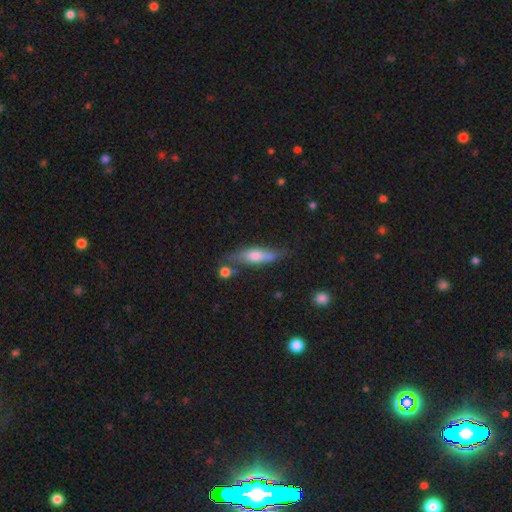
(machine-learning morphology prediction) The model was most divided on "smooth or featured": featured or disk: 51%, smooth: 41%, star or artifact: 8%. More confident: edge-on disk — yes (82%); merging — none (67%).